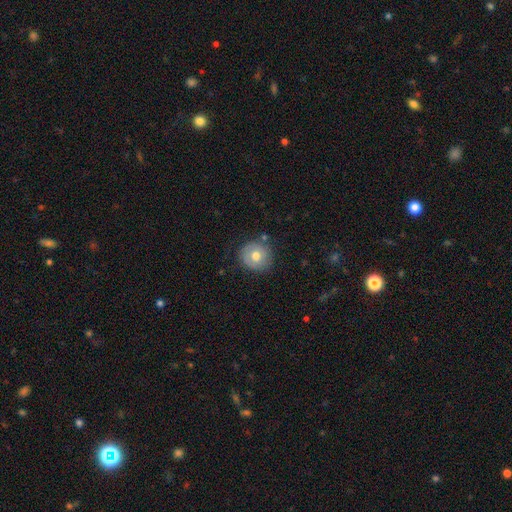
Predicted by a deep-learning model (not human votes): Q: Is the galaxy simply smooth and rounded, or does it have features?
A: smooth — 68%.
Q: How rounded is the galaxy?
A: round — 91%.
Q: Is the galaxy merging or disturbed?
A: none — 80%.